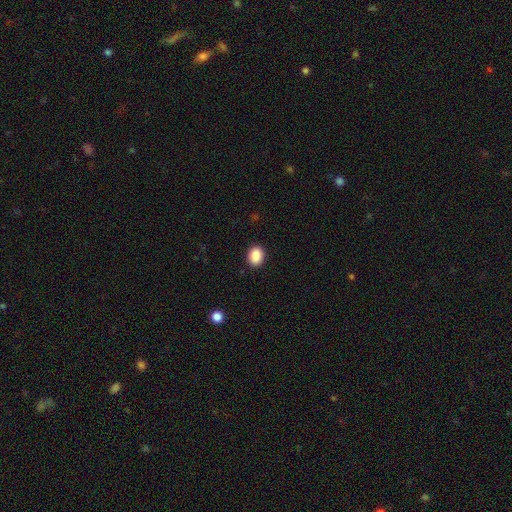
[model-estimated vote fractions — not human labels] Smooth or featured? Predicted: smooth (p=0.89). How rounded? Predicted: in between (p=0.61). Merging? Predicted: none (p=0.90).